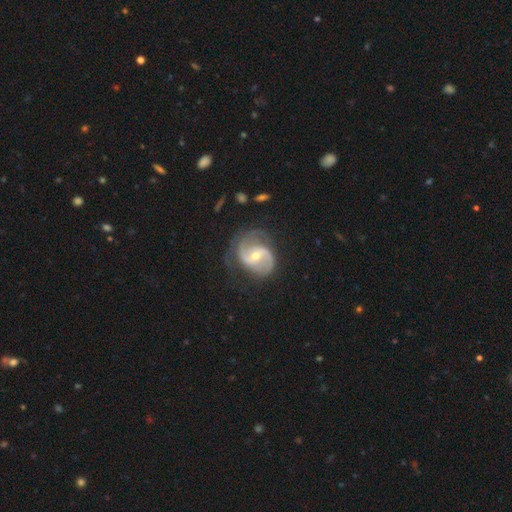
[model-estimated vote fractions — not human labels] smooth_or_featured: featured or disk (p=0.89) [alt: smooth p=0.06]
disk_edge_on: no (p=0.98) [alt: yes p=0.02]
bar: weak (p=0.49) [alt: no p=0.31]
has_spiral_arms: yes (p=0.97) [alt: no p=0.03]
spiral_winding: medium (p=0.52) [alt: loose p=0.27]
spiral_arm_count: 2 (p=0.86) [alt: can't tell p=0.05]
bulge_size: moderate (p=0.54) [alt: small p=0.43]
merging: none (p=0.67) [alt: minor disturbance p=0.21]